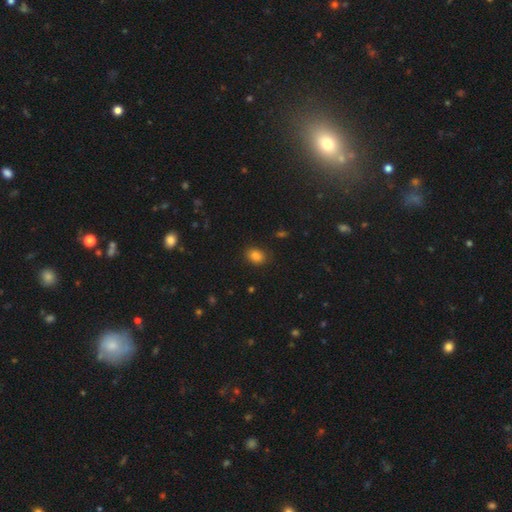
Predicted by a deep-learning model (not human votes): Morphology: type=smooth (84%); roundness=in between (60%); merging=none (84%).